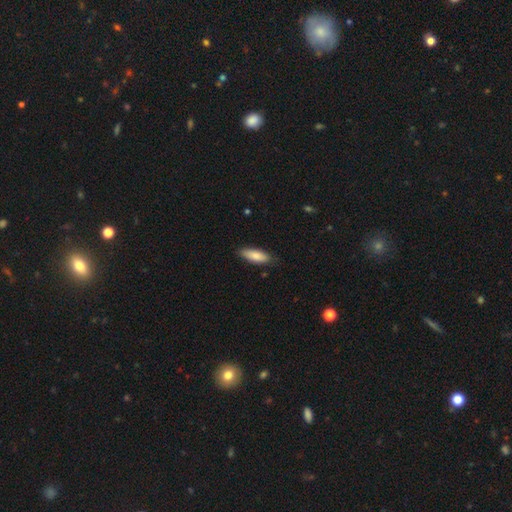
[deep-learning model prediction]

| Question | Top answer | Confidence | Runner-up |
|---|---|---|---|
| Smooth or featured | smooth | 83% | featured or disk (12%) |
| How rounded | in between | 62% | cigar-shaped (36%) |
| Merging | none | 83% | minor disturbance (14%) |